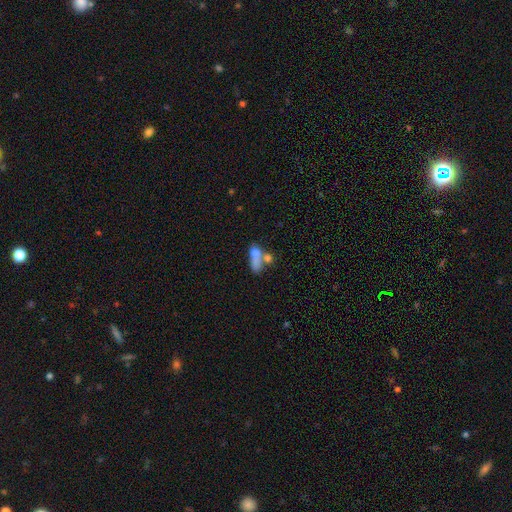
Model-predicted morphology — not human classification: type=smooth (65%); roundness=in between (64%); merging=merger (55%).